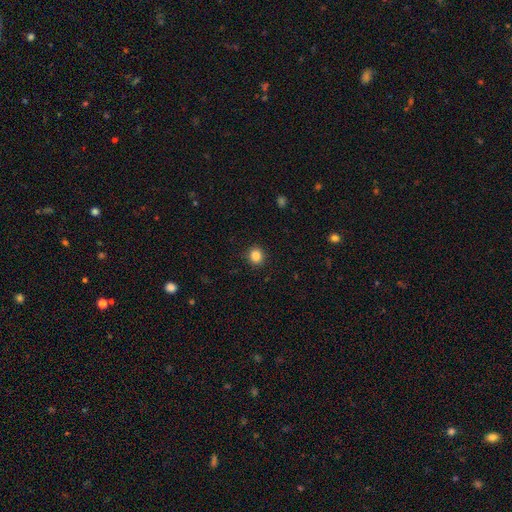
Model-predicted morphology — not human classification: Smooth or featured? smooth (85%)
How rounded? round (84%)
Merging? none (91%)